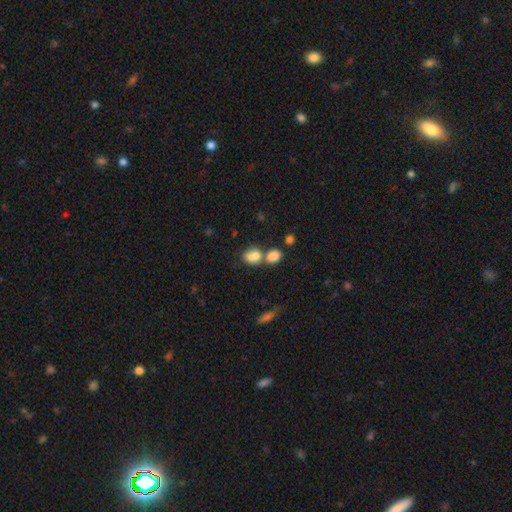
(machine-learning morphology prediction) Overall: smooth (79%). How rounded: in between (66%; round 32%). Merging: merger (58%; none 27%).